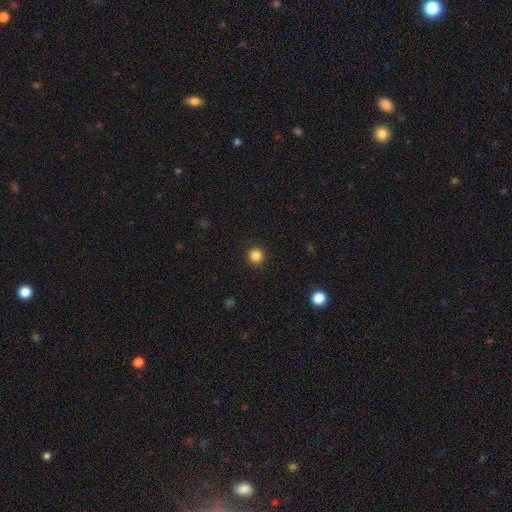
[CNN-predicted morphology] This is clearly a smooth galaxy (85%). How rounded: clearly round (94%). Merging: clearly none (93%).